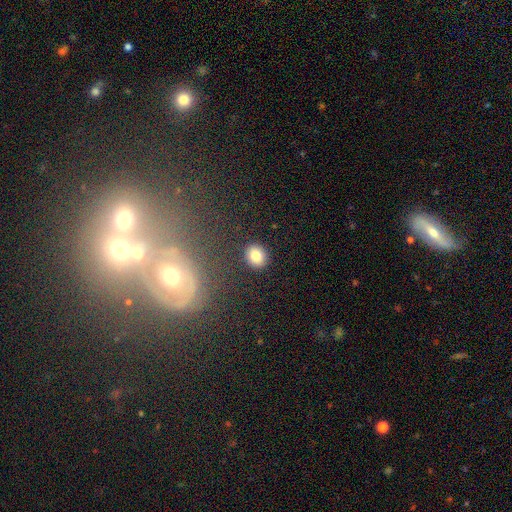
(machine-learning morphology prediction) This is clearly a smooth galaxy (83%). How rounded: likely round (65%). Merging: clearly none (89%).